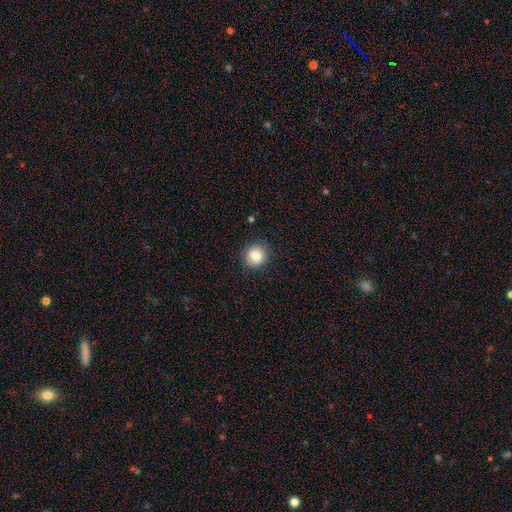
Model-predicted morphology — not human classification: smooth-or-featured: smooth: 85% | star or artifact: 9% | featured or disk: 6%
  how-rounded: round: 86% | in between: 13% | cigar-shaped: 1%
  merging: none: 86% | minor disturbance: 10% | major disturbance: 3% | merger: 1%